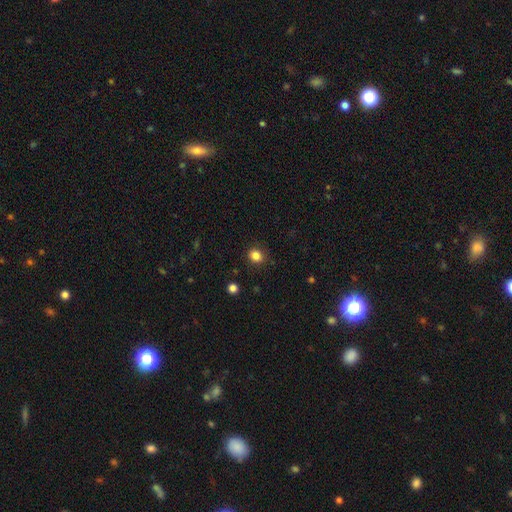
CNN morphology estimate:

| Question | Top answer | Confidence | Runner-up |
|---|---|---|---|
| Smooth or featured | smooth | 84% | star or artifact (11%) |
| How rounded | round | 63% | in between (36%) |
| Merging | none | 88% | minor disturbance (9%) |